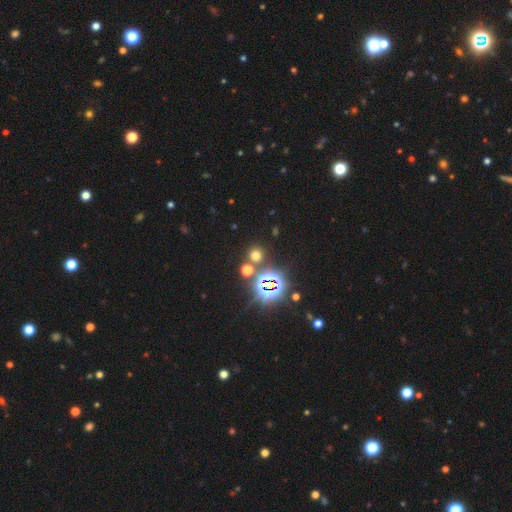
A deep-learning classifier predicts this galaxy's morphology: Overall: smooth (53%; star or artifact 40%). How rounded: round (90%). Merging: none (80%).